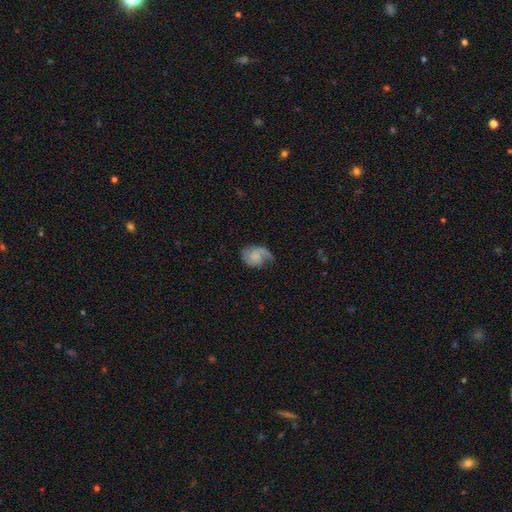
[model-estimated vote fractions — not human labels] A featured or disk galaxy (51%). Merging: none (39%).